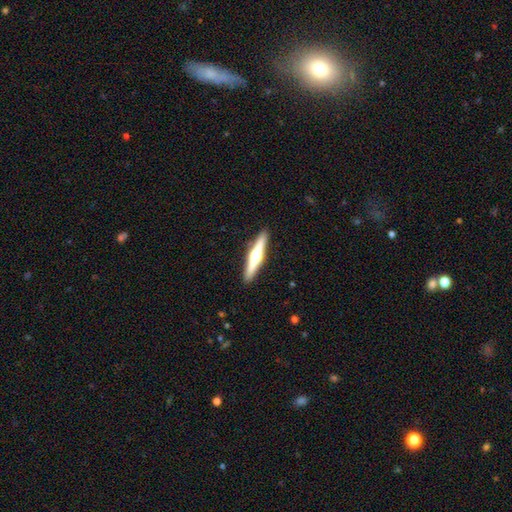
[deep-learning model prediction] Q: Smooth or featured?
A: featured or disk (67%); runner-up: smooth (28%)
Q: Edge-on disk?
A: yes (98%); runner-up: no (2%)
Q: Edge-on bulge?
A: rounded (94%); runner-up: boxy (3%)
Q: Merging?
A: none (91%); runner-up: minor disturbance (6%)